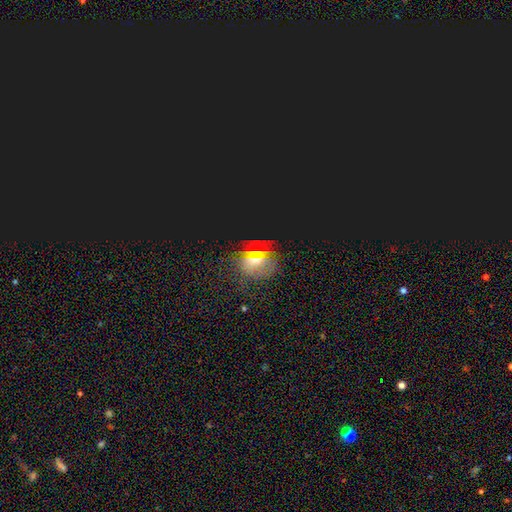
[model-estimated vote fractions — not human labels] Morphology: type=star or artifact (56%).